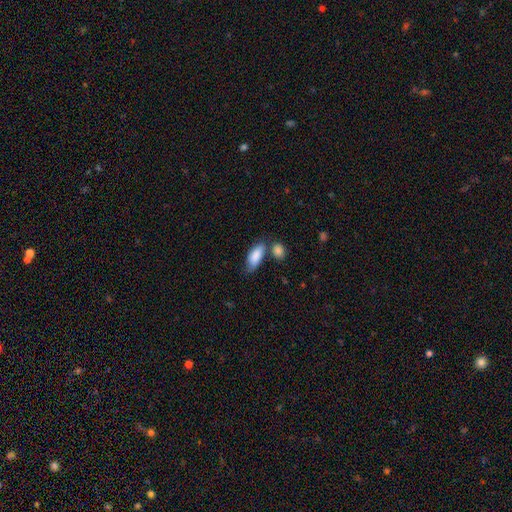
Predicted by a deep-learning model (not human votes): Q: Smooth or featured?
A: smooth (85%); runner-up: featured or disk (9%)
Q: How rounded?
A: in between (84%); runner-up: cigar-shaped (13%)
Q: Merging?
A: none (51%); runner-up: merger (22%)